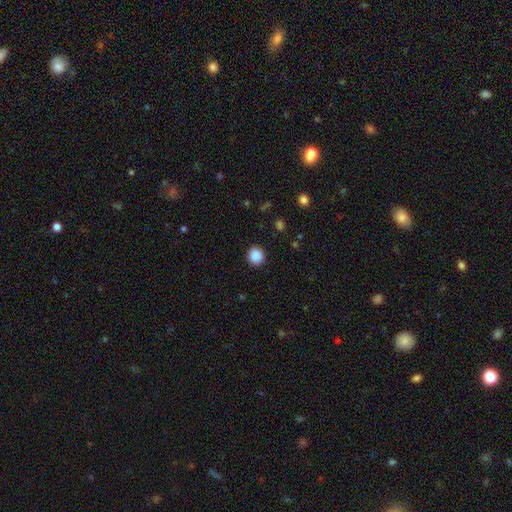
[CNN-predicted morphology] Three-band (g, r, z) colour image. It shows a smooth galaxy with no disk features (88%) that is round (87%). Merging: none (91%).